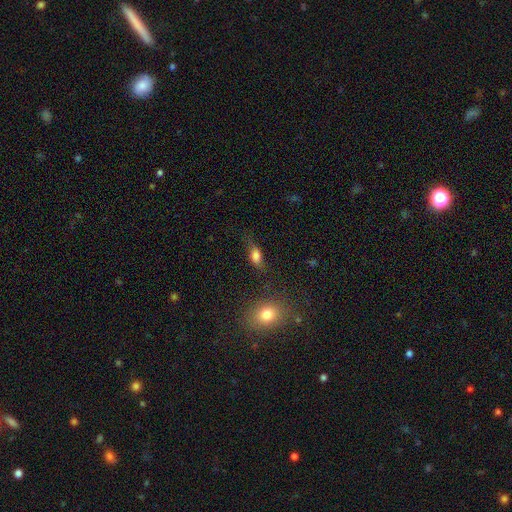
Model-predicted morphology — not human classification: A smooth galaxy with no disk features (75%) that is in between round and cigar-shaped (77%). Merging: none (55%).